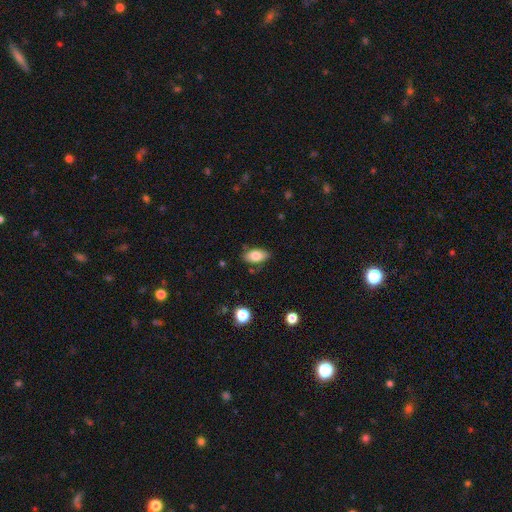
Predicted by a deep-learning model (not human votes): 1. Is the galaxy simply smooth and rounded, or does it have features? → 79% smooth, 13% featured or disk, 8% star or artifact.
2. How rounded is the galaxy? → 91% in between, 4% round, 4% cigar-shaped.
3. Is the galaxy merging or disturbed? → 79% none, 16% minor disturbance, 3% major disturbance, 3% merger.